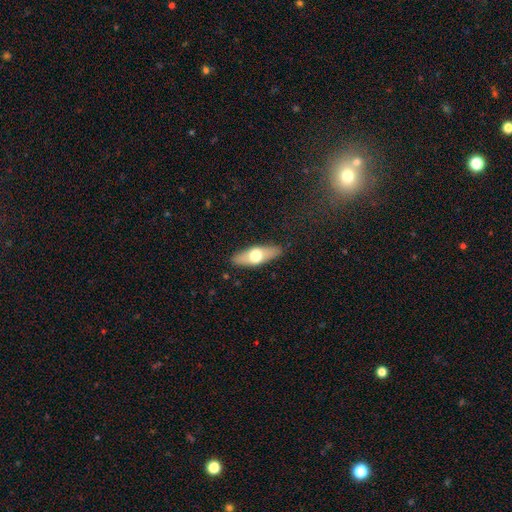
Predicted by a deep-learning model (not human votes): This is possibly a smooth galaxy (53%). How rounded: possibly in between (60%). Merging: clearly none (87%).